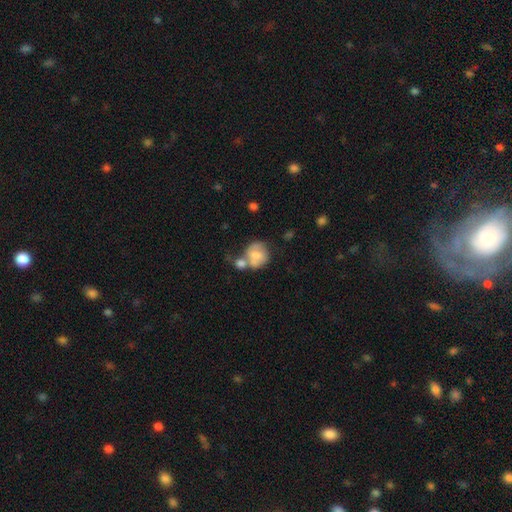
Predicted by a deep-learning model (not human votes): Smooth or featured: smooth — 63% (featured or disk — 30%)
How rounded: round — 70% (in between — 29%)
Merging: merger — 48% (none — 27%)